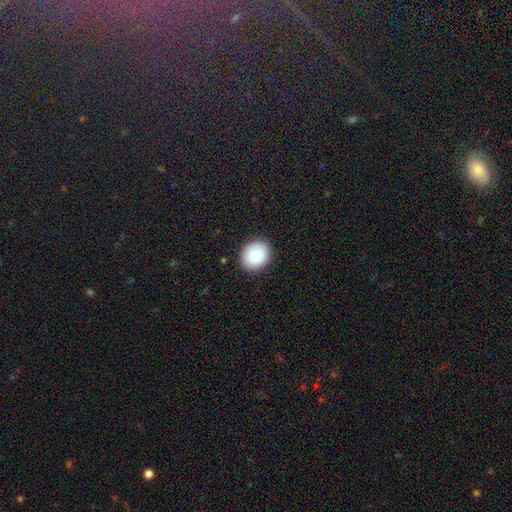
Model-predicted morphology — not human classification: Smooth or featured? Predicted: smooth (p=0.86). How rounded? Predicted: round (p=0.57). Merging? Predicted: none (p=0.87).